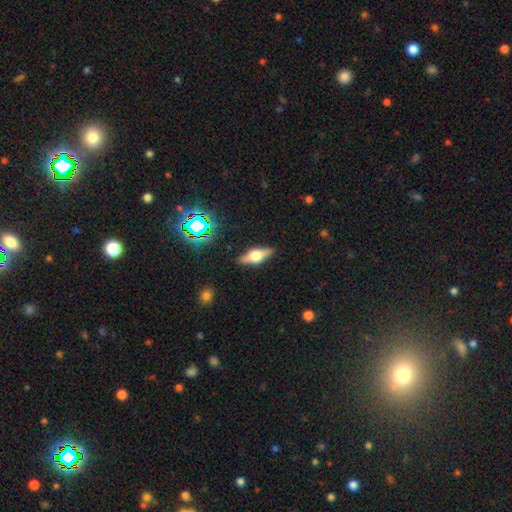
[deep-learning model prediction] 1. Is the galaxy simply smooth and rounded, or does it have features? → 59% featured or disk, 31% smooth, 9% star or artifact.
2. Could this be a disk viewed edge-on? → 93% yes, 7% no.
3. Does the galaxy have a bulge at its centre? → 91% rounded, 8% boxy, 1% none.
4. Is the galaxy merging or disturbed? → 87% none, 9% minor disturbance, 2% major disturbance, 1% merger.